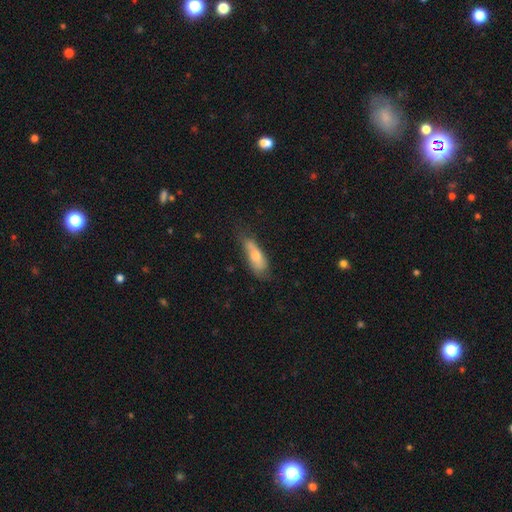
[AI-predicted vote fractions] A smooth galaxy with no disk features (68%) that is in between round and cigar-shaped (58%).

Vote fractions:
- Smooth or featured? smooth: 68% / featured or disk: 26% / star or artifact: 7%
- How rounded? in between: 58% / cigar-shaped: 40% / round: 3%
- Merging? none: 50% / minor disturbance: 33% / major disturbance: 13% / merger: 5%